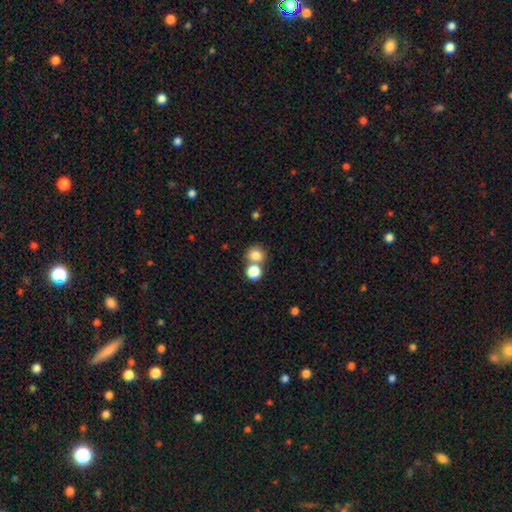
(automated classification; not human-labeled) This is likely a smooth galaxy (80%). How rounded: clearly round (83%). Merging: possibly none (56%).